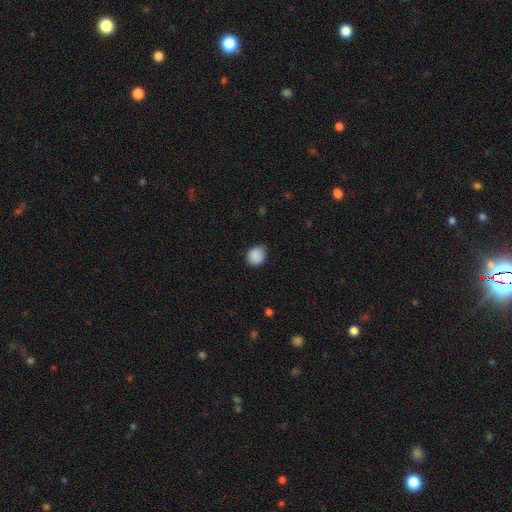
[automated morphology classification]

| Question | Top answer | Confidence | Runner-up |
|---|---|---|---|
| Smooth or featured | smooth | 89% | star or artifact (8%) |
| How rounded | round | 68% | in between (31%) |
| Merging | none | 76% | minor disturbance (20%) |